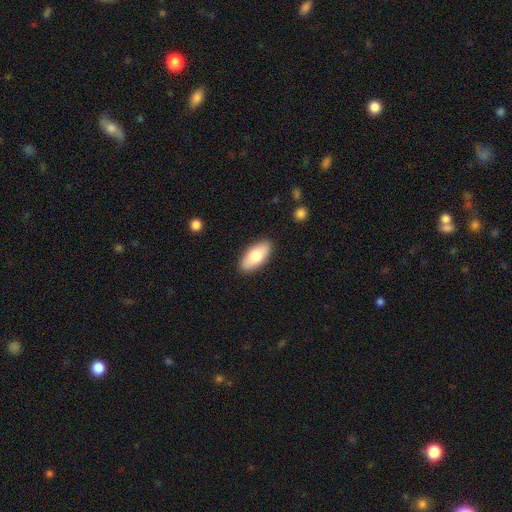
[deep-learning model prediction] Q: Smooth or featured?
A: smooth (77%); runner-up: featured or disk (17%)
Q: How rounded?
A: in between (89%); runner-up: cigar-shaped (9%)
Q: Merging?
A: none (88%); runner-up: minor disturbance (8%)